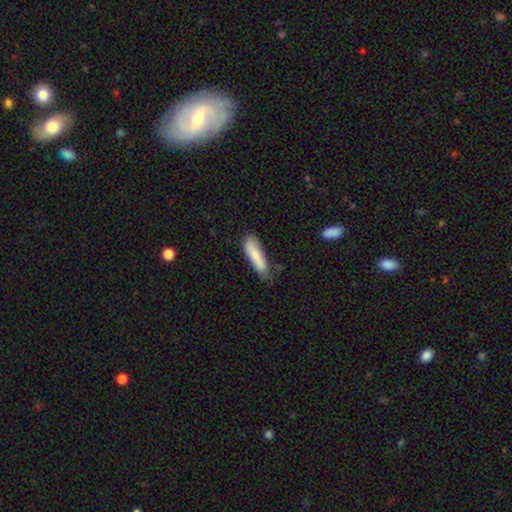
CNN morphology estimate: type=smooth (75%); roundness=cigar-shaped (62%); merging=none (63%).